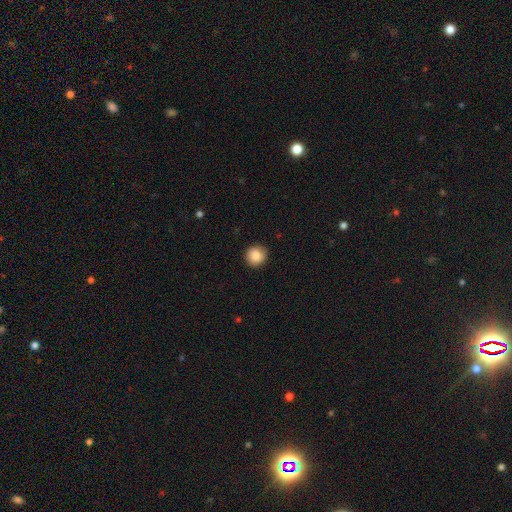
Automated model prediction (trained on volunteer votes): Smooth or featured: smooth — 88% (star or artifact — 8%)
How rounded: round — 93% (in between — 7%)
Merging: none — 89% (minor disturbance — 8%)